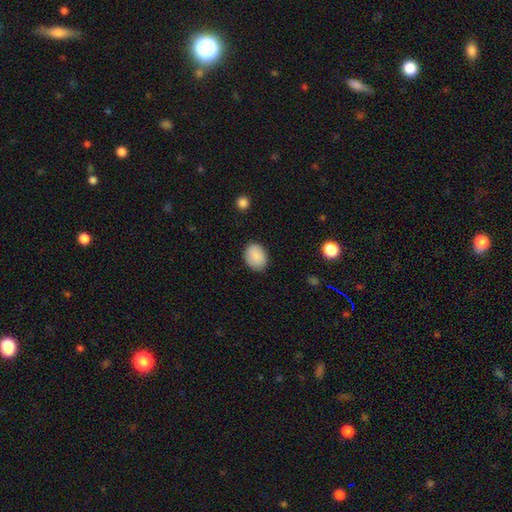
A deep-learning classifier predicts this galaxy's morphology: A smooth galaxy with no disk features (89%) that is in between round and cigar-shaped (70%).

Vote fractions:
- Smooth or featured? smooth: 89% / star or artifact: 7% / featured or disk: 4%
- How rounded? in between: 70% / round: 29% / cigar-shaped: 1%
- Merging? none: 85% / minor disturbance: 12% / major disturbance: 3% / merger: 1%